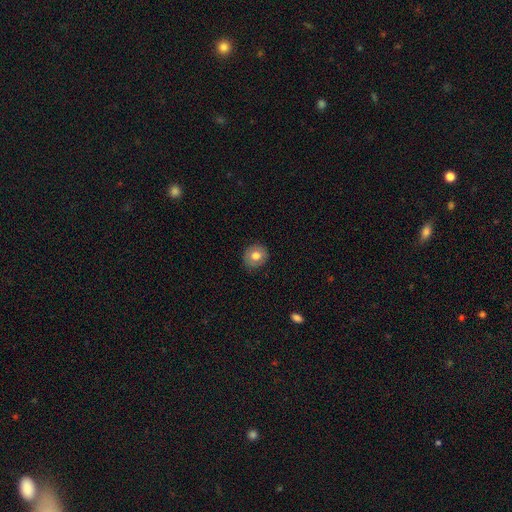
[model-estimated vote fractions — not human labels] smooth_or_featured: smooth (p=0.74) [alt: featured or disk p=0.18]
how_rounded: round (p=0.77) [alt: in between p=0.22]
merging: none (p=0.87) [alt: minor disturbance p=0.10]